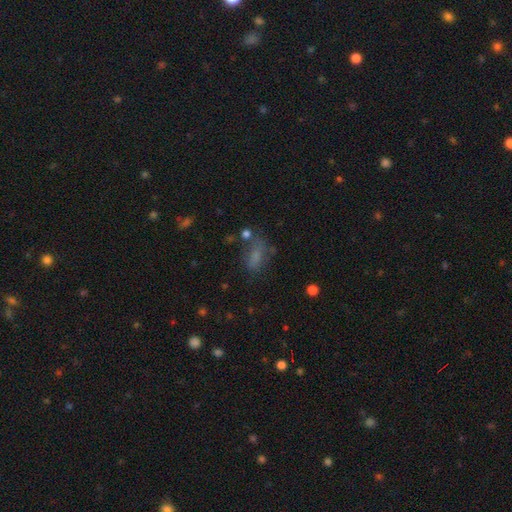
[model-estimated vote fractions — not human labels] A smooth galaxy with no disk features (64%) that is in between round and cigar-shaped (76%). Merging: none (52%).